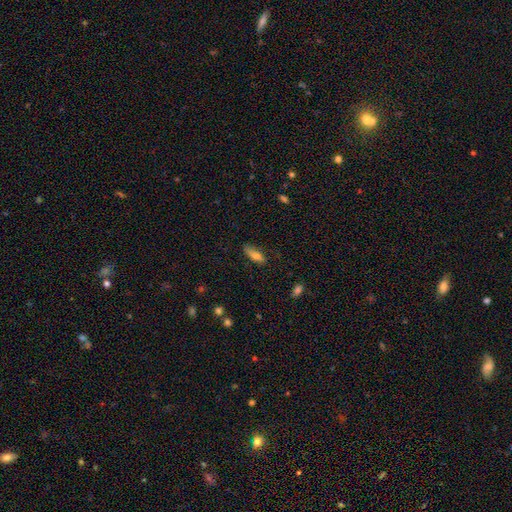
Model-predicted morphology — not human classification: smooth 73%, featured or disk 20%, star or artifact 8%. Down the decision tree: how rounded — in between (57%); merging — none (73%).